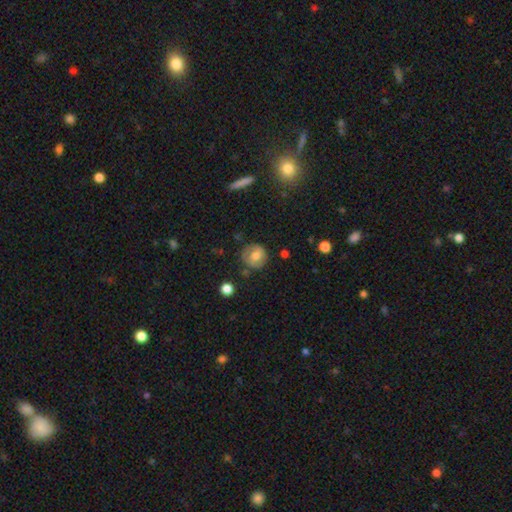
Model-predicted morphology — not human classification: smooth 67%, featured or disk 25%, star or artifact 8%. Down the decision tree: how rounded — round (87%); merging — none (73%).